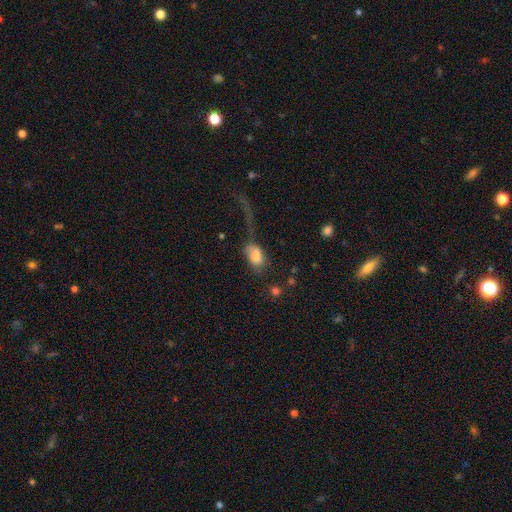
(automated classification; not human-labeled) Q: Smooth or featured?
A: smooth (74%); runner-up: featured or disk (17%)
Q: How rounded?
A: in between (87%); runner-up: round (11%)
Q: Merging?
A: major disturbance (45%); runner-up: none (27%)